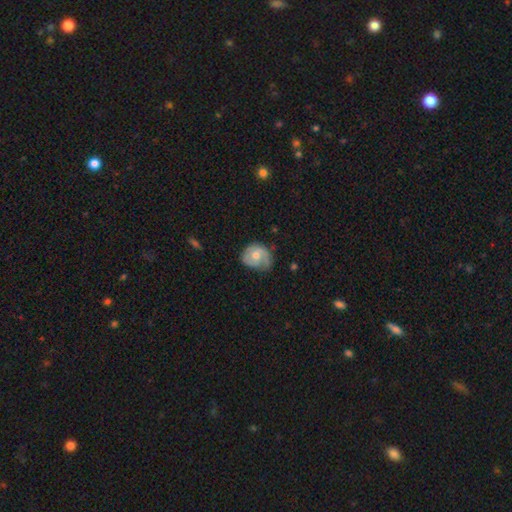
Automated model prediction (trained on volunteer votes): Smooth or featured? Predicted: featured or disk (p=0.57). Edge-on disk? Predicted: no (p=0.97). Bar? Predicted: no (p=0.73). Spiral arms? Predicted: yes (p=0.82). Bulge size? Predicted: moderate (p=0.65). Merging? Predicted: none (p=0.56).